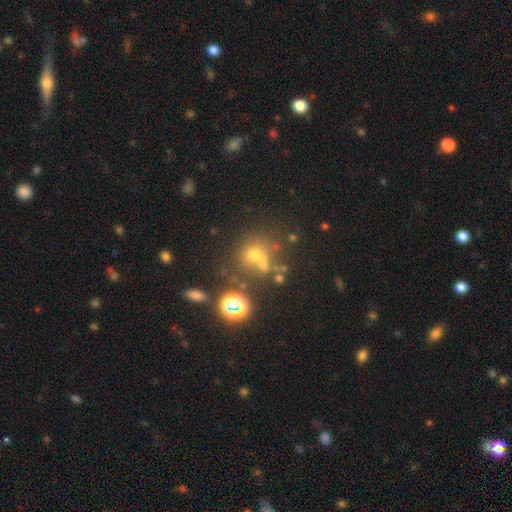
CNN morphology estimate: This is possibly a smooth galaxy (52%). How rounded: likely round (79%). Merging: possibly none (51%).